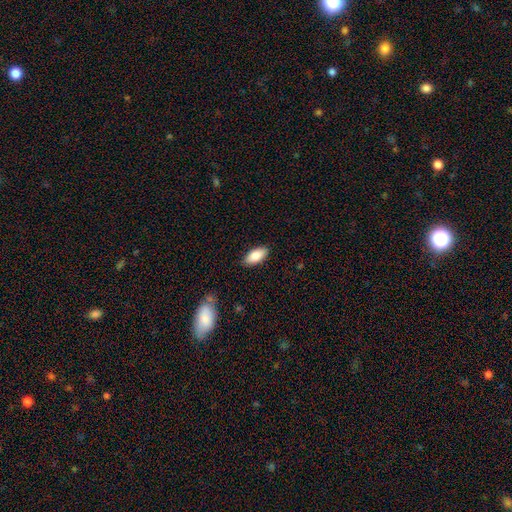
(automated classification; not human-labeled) Q: Smooth or featured?
A: smooth (84%); runner-up: featured or disk (10%)
Q: How rounded?
A: in between (90%); runner-up: cigar-shaped (8%)
Q: Merging?
A: none (86%); runner-up: minor disturbance (10%)